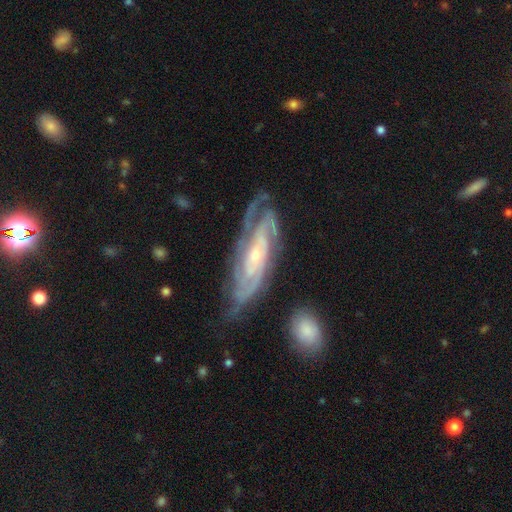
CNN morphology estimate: A featured or disk galaxy (90%) with no bar (62%), 3 (32%) tight (69%) spiral arms (98%) and a small central bulge (70%).

Vote fractions:
- Smooth or featured? featured or disk: 90% / smooth: 5% / star or artifact: 5%
- Edge-on disk? no: 91% / yes: 9%
- Bar? no: 62% / weak: 26% / strong: 12%
- Spiral arms? yes: 98% / no: 2%
- Spiral winding? tight: 69% / medium: 26% / loose: 4%
- Spiral arm count? 3: 32% / can't tell: 19% / 2: 19% / 4: 19% / more than 4: 6% / 1: 5%
- Bulge size? small: 70% / moderate: 27% / none: 1% / large: 1% / dominant: 1%
- Merging? none: 70% / minor disturbance: 19% / major disturbance: 8% / merger: 3%